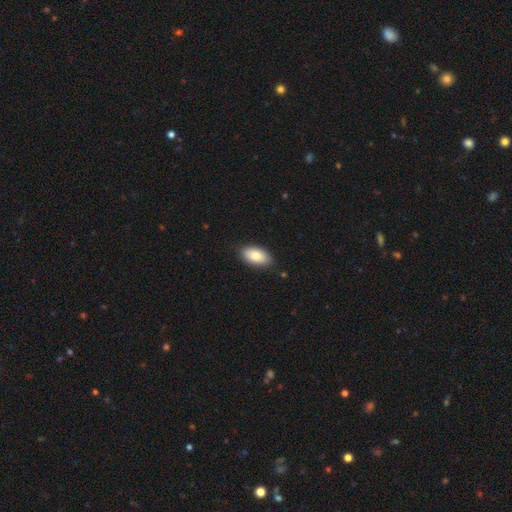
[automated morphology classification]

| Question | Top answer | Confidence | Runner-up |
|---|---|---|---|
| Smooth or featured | smooth | 83% | featured or disk (11%) |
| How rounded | in between | 94% | round (4%) |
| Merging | none | 86% | minor disturbance (11%) |